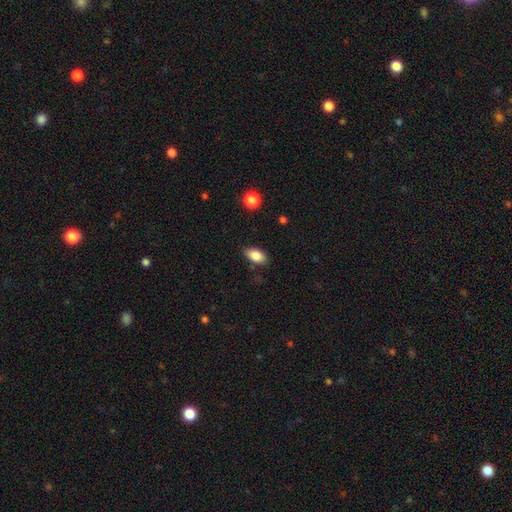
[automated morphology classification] type=smooth (85%); roundness=in between (91%); merging=none (83%).